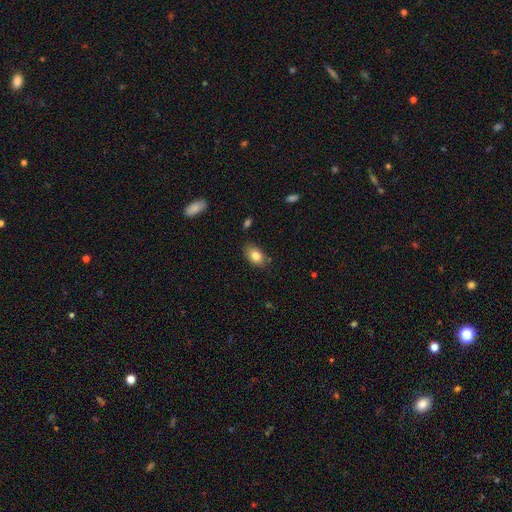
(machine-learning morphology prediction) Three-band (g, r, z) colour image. It shows a smooth galaxy with no disk features (82%) that is in between round and cigar-shaped (85%). Merging: none (80%).